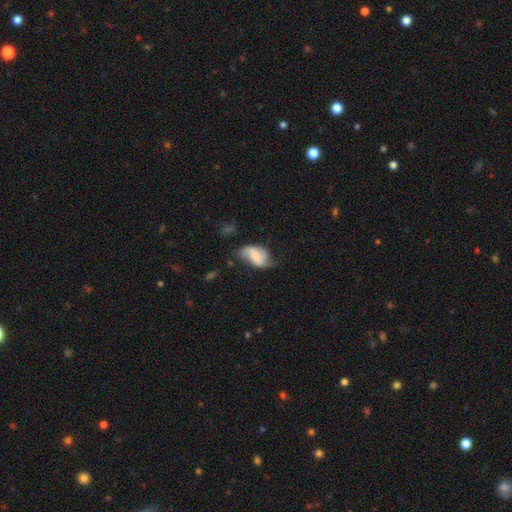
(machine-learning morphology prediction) Q: Smooth or featured?
A: featured or disk (47%); runner-up: smooth (45%)
Q: Merging?
A: none (41%); runner-up: minor disturbance (33%)